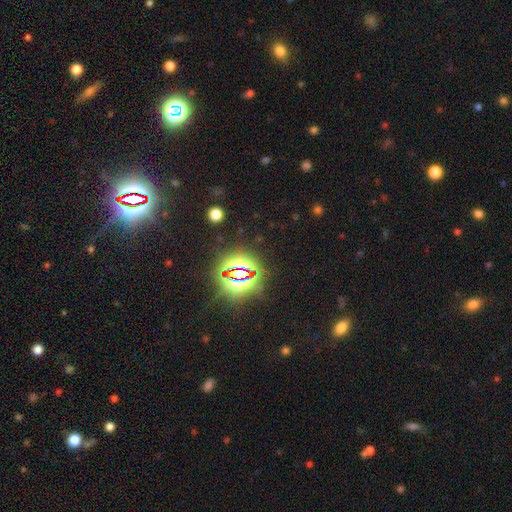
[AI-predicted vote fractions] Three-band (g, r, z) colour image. It shows a star or artifact, not a galaxy (79%).